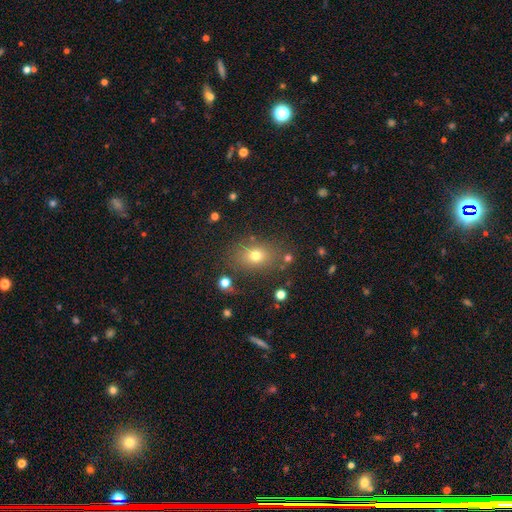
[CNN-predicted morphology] smooth 72%, star or artifact 16%, featured or disk 12%. Down the decision tree: how rounded — in between (63%); merging — none (77%).